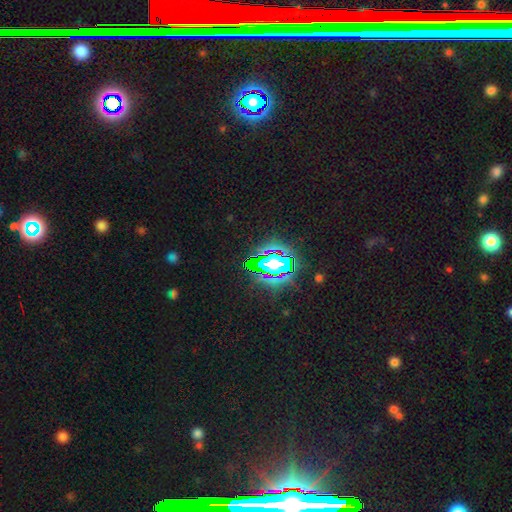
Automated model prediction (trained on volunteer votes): Smooth or featured: star or artifact — 78% (smooth — 11%)